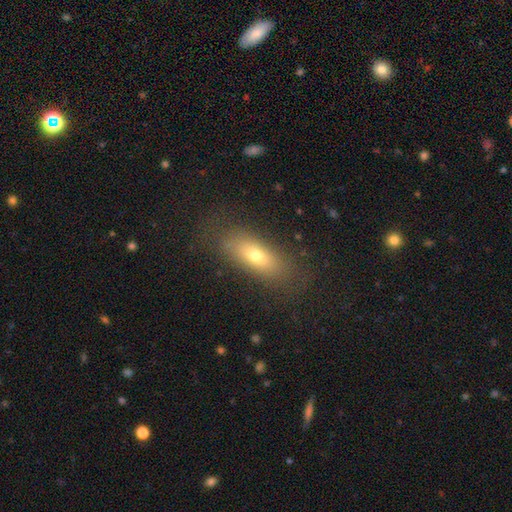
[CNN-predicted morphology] Smooth or featured? Predicted: smooth (p=0.69). How rounded? Predicted: in between (p=0.70). Merging? Predicted: none (p=0.80).